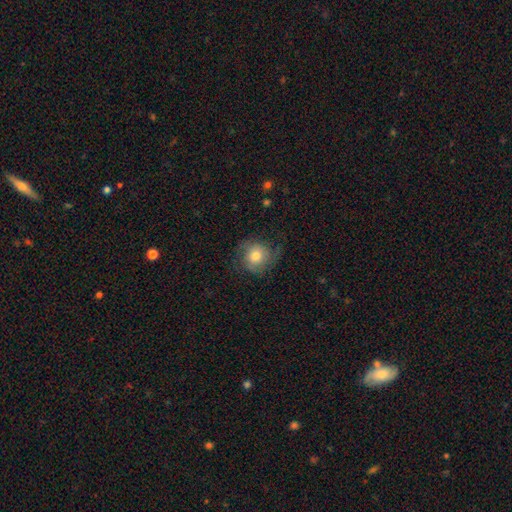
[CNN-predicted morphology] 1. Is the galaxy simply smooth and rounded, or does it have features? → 49% smooth, 43% featured or disk, 8% star or artifact.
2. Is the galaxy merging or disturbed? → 65% none, 20% minor disturbance, 14% major disturbance, 1% merger.